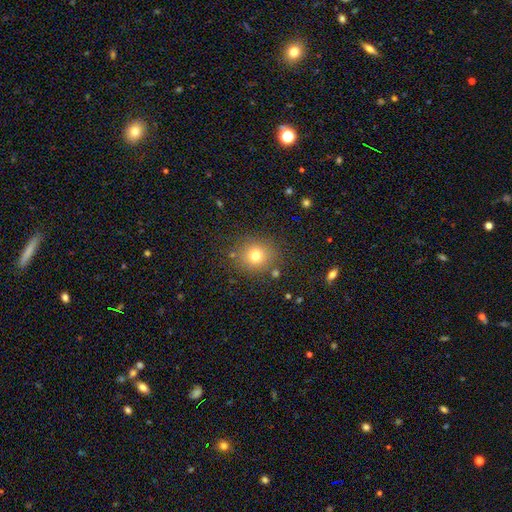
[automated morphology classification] Q: Smooth or featured?
A: smooth (75%); runner-up: star or artifact (16%)
Q: How rounded?
A: round (86%); runner-up: in between (13%)
Q: Merging?
A: none (84%); runner-up: minor disturbance (9%)